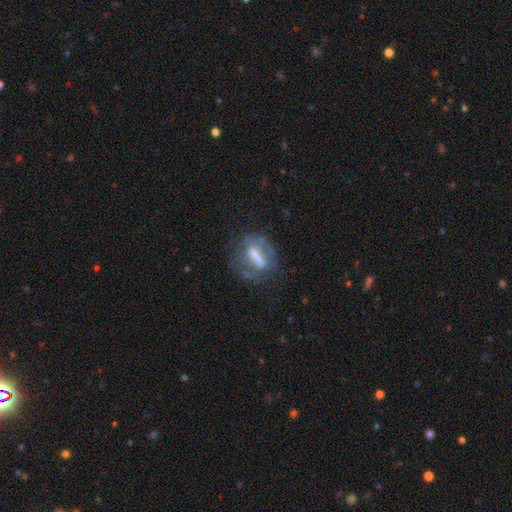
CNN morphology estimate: smooth-or-featured: featured or disk: 58% | smooth: 31% | star or artifact: 11%
  disk-edge-on: no: 83% | yes: 17%
  merging: none: 59% | minor disturbance: 21% | major disturbance: 17% | merger: 3%